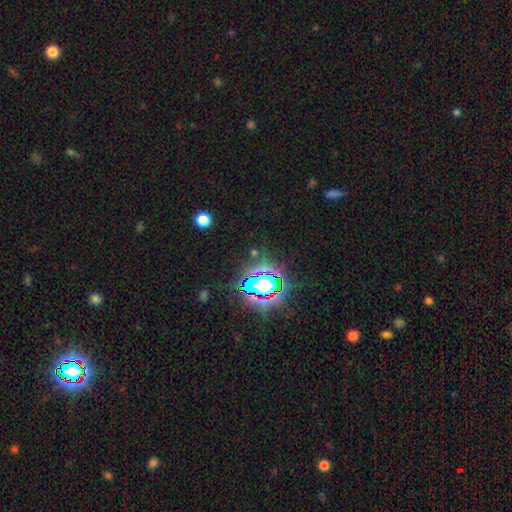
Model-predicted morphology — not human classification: Q: Smooth or featured?
A: star or artifact (74%); runner-up: smooth (16%)